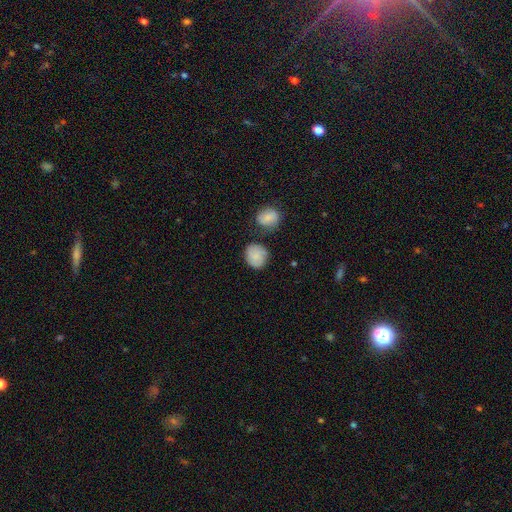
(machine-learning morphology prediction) The model was most divided on "merging": none: 64%, minor disturbance: 21%, merger: 10%, major disturbance: 5%. More confident: smooth or featured — smooth (79%); how rounded — round (73%).